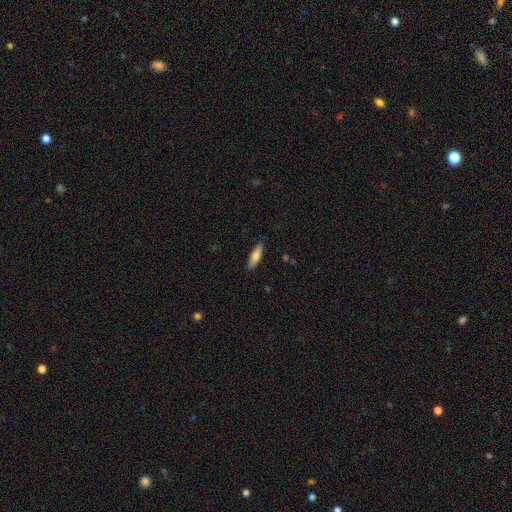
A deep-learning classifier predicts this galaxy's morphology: Smooth or featured? Predicted: smooth (p=0.70). How rounded? Predicted: cigar-shaped (p=0.62). Merging? Predicted: none (p=0.88).